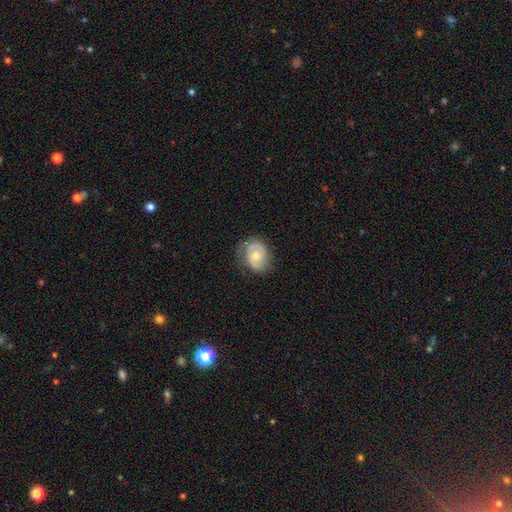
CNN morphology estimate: smooth_or_featured: featured or disk (p=0.53) [alt: smooth p=0.40]
disk_edge_on: no (p=0.97) [alt: yes p=0.03]
bar: no (p=0.74) [alt: weak p=0.22]
has_spiral_arms: yes (p=0.79) [alt: no p=0.21]
bulge_size: moderate (p=0.52) [alt: small p=0.42]
merging: none (p=0.62) [alt: minor disturbance p=0.26]